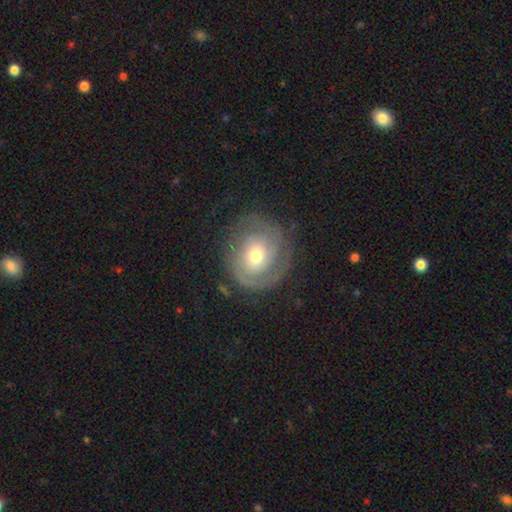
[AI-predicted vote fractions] smooth_or_featured: featured or disk (p=0.78) [alt: smooth p=0.16]
disk_edge_on: no (p=0.97) [alt: yes p=0.03]
bar: no (p=0.72) [alt: weak p=0.22]
has_spiral_arms: yes (p=0.90) [alt: no p=0.10]
spiral_winding: tight (p=0.70) [alt: medium p=0.23]
spiral_arm_count: 2 (p=0.50) [alt: can't tell p=0.22]
bulge_size: moderate (p=0.66) [alt: small p=0.27]
merging: none (p=0.78) [alt: minor disturbance p=0.14]